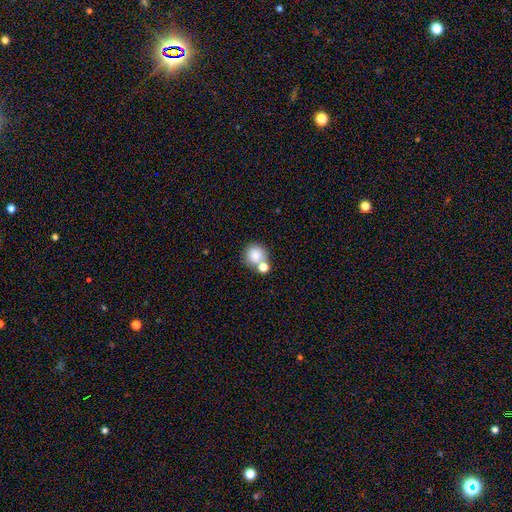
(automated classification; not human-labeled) Q: Smooth or featured?
A: smooth (82%); runner-up: star or artifact (10%)
Q: How rounded?
A: round (88%); runner-up: in between (11%)
Q: Merging?
A: none (55%); runner-up: merger (32%)